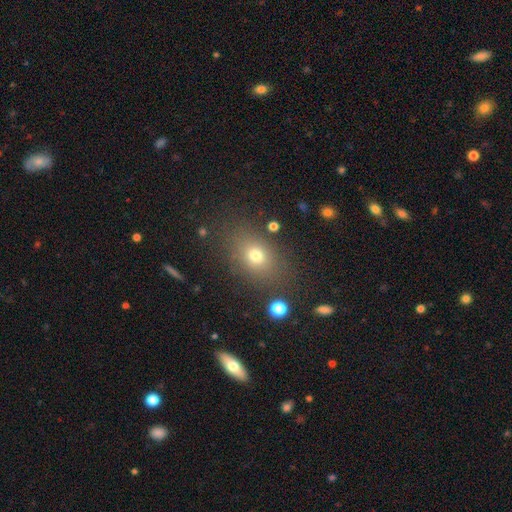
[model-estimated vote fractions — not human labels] Smooth or featured: smooth — 72% (star or artifact — 15%)
How rounded: in between — 68% (round — 30%)
Merging: none — 81% (minor disturbance — 11%)